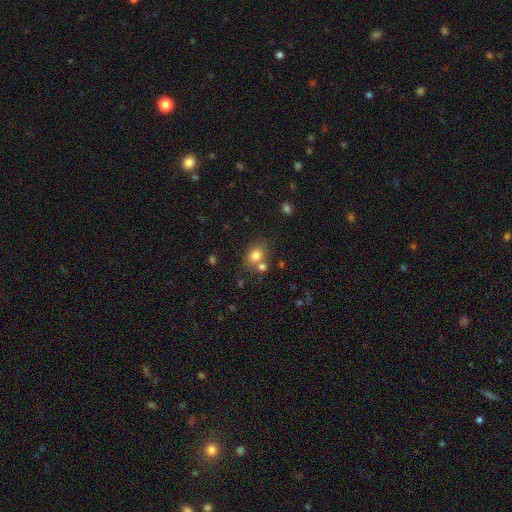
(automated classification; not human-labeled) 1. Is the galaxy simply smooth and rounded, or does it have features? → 80% smooth, 12% star or artifact, 8% featured or disk.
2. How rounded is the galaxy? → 58% round, 41% in between, 1% cigar-shaped.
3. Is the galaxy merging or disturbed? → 58% none, 27% merger, 11% minor disturbance, 4% major disturbance.